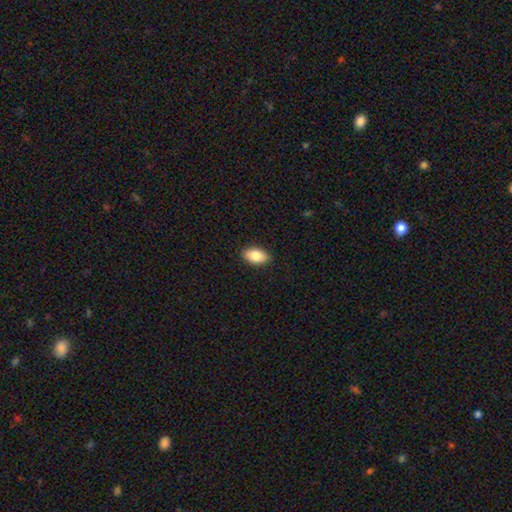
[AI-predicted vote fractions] smooth_or_featured: smooth (p=0.84) [alt: featured or disk p=0.09]
how_rounded: in between (p=0.93) [alt: round p=0.05]
merging: none (p=0.89) [alt: minor disturbance p=0.08]